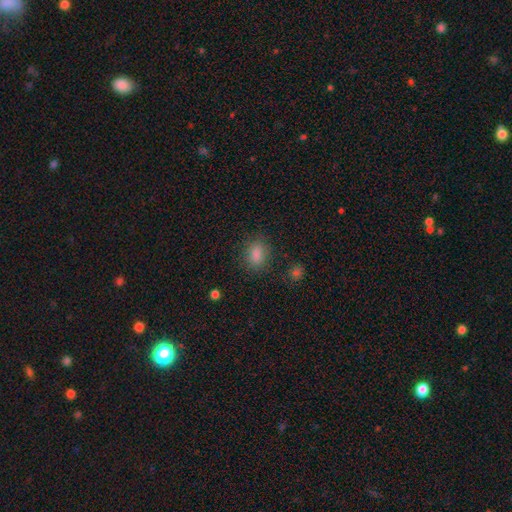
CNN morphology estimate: A smooth galaxy with no disk features (82%) that is in between round and cigar-shaped (73%).

Vote fractions:
- Smooth or featured? smooth: 82% / star or artifact: 13% / featured or disk: 5%
- How rounded? in between: 73% / round: 25% / cigar-shaped: 2%
- Merging? none: 83% / minor disturbance: 11% / major disturbance: 4% / merger: 2%